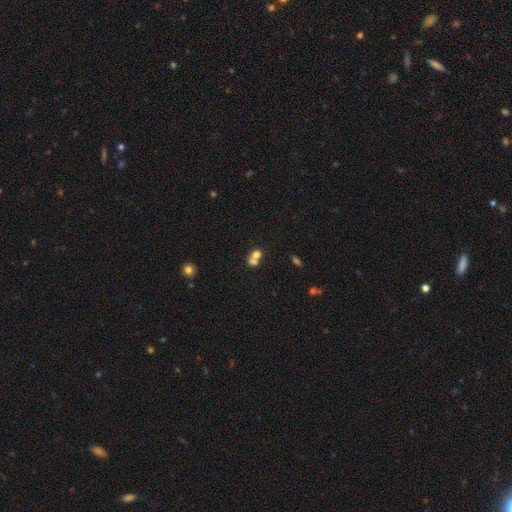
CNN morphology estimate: Smooth or featured? Predicted: smooth (p=0.68). How rounded? Predicted: round (p=0.64). Merging? Predicted: merger (p=0.59).